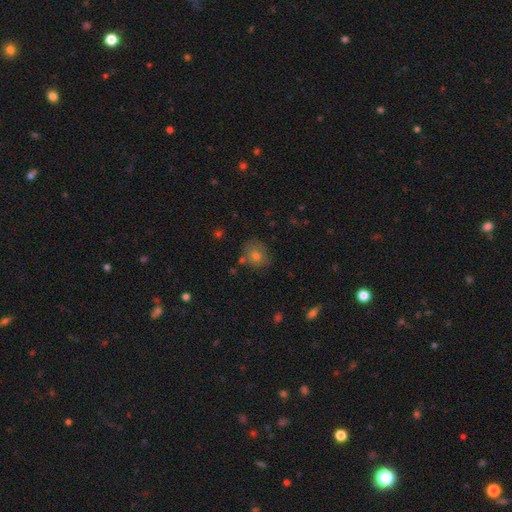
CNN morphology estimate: This appears to be a smooth galaxy with no disk features (70%) that is round (70%). Merging: none (73%).